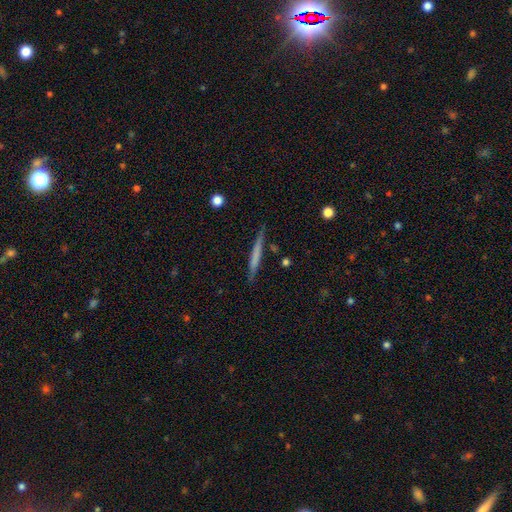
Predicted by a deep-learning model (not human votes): This appears to be a smooth galaxy with no disk features (54%) that is cigar-shaped (96%). Merging: none (85%).